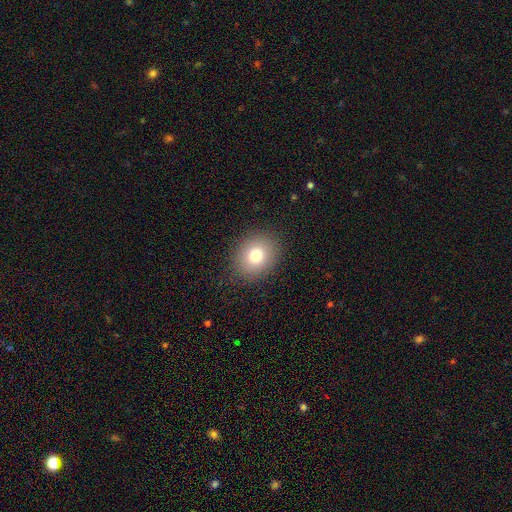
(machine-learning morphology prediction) type=smooth (77%); roundness=round (64%); merging=none (88%).